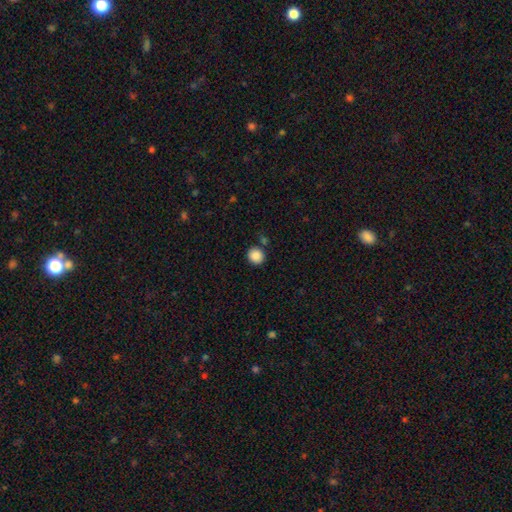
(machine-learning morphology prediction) Overall: smooth (88%). How rounded: round (86%). Merging: none (83%).